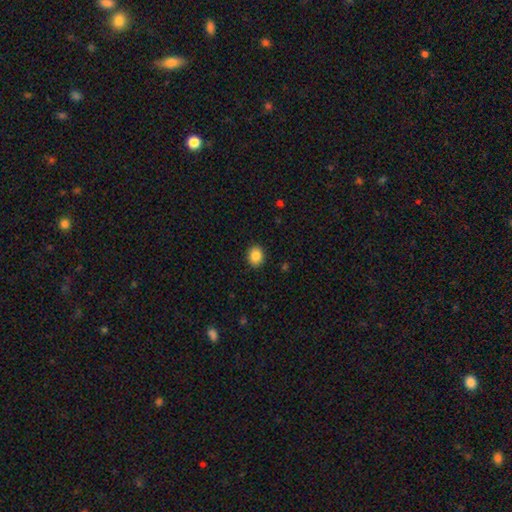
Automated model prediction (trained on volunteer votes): Smooth or featured? smooth (86%)
How rounded? round (55%)
Merging? none (90%)